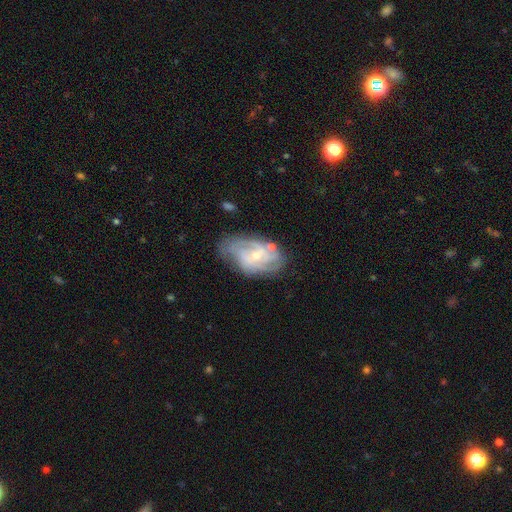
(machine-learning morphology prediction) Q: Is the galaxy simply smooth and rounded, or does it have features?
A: featured or disk — 79%.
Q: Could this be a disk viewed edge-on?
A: no — 96%.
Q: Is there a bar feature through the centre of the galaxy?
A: no — 54%.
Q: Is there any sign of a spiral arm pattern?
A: yes — 91%.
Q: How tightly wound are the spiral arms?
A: tight — 46%.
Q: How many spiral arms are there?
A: can't tell — 33%.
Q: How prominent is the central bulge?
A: small — 67%.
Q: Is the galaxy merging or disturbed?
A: none — 60%.